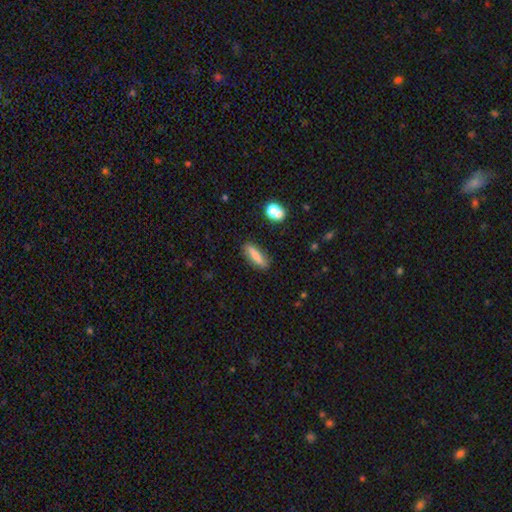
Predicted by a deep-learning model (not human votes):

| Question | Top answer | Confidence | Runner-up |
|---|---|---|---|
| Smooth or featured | smooth | 77% | featured or disk (15%) |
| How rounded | cigar-shaped | 57% | in between (40%) |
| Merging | none | 81% | minor disturbance (13%) |